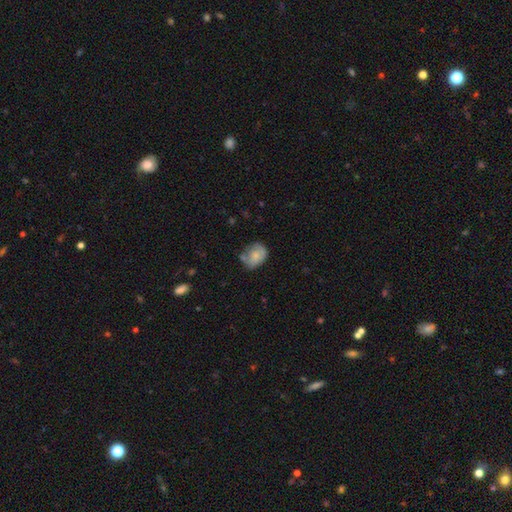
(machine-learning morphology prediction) Smooth or featured?
  - smooth: 71% *
  - featured or disk: 21%
  - star or artifact: 8%
How rounded?
  - in between: 60% *
  - round: 39%
  - cigar-shaped: 1%
Merging?
  - none: 49% *
  - minor disturbance: 32%
  - major disturbance: 10%
  - merger: 9%